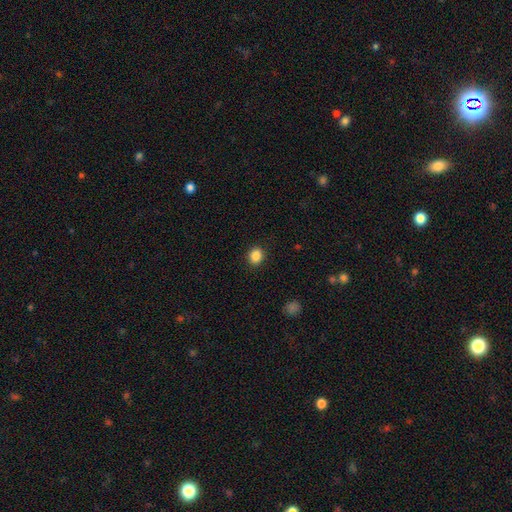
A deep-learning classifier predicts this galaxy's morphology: Smooth or featured: smooth — 86% (star or artifact — 10%)
How rounded: round — 66% (in between — 33%)
Merging: none — 90% (minor disturbance — 7%)